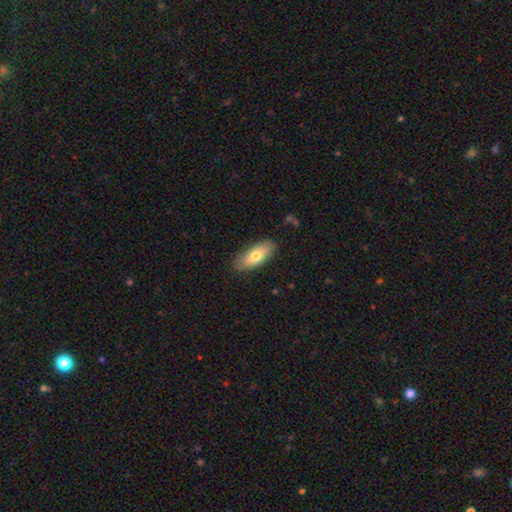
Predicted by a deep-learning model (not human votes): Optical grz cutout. It shows a smooth galaxy with no disk features (72%) that is in between round and cigar-shaped (84%). Merging: none (85%).